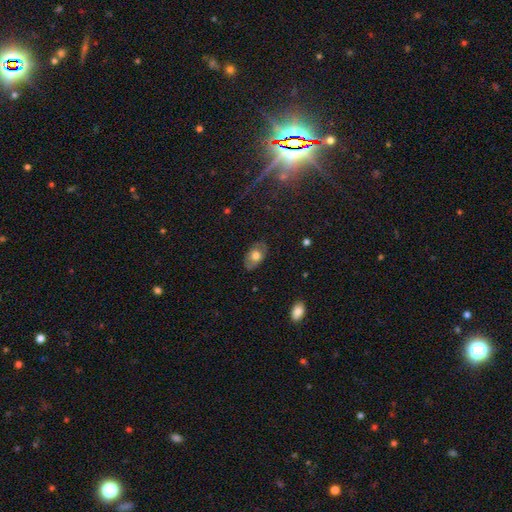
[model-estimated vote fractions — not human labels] Smooth or featured?
  - smooth: 62% *
  - featured or disk: 30%
  - star or artifact: 8%
How rounded?
  - in between: 87% *
  - round: 11%
  - cigar-shaped: 2%
Merging?
  - none: 80% *
  - minor disturbance: 16%
  - major disturbance: 4%
  - merger: 1%